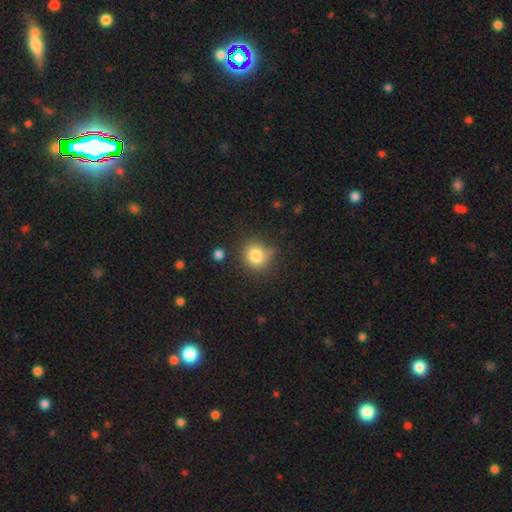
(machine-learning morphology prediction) This is clearly a smooth galaxy (81%). How rounded: clearly round (83%). Merging: likely none (71%).